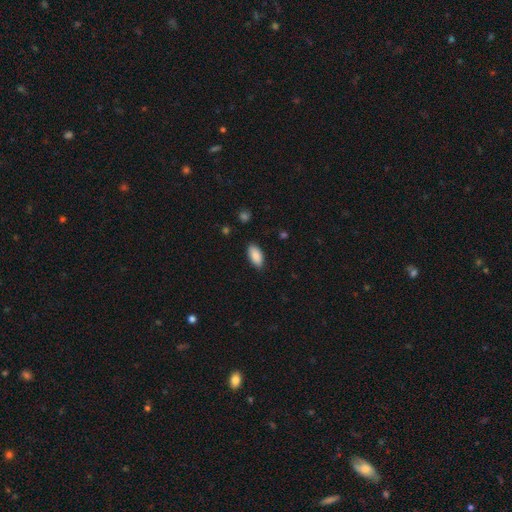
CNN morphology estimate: Smooth or featured: smooth — 88% (star or artifact — 7%)
How rounded: in between — 92% (cigar-shaped — 5%)
Merging: none — 87% (minor disturbance — 10%)